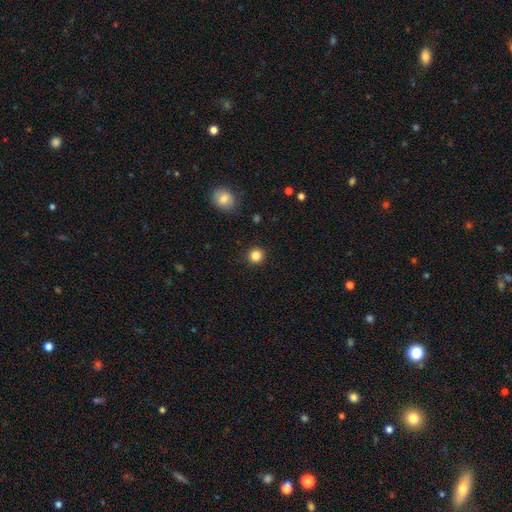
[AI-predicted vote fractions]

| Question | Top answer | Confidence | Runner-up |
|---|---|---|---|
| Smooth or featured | smooth | 84% | star or artifact (12%) |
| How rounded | round | 94% | in between (5%) |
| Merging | none | 92% | minor disturbance (5%) |